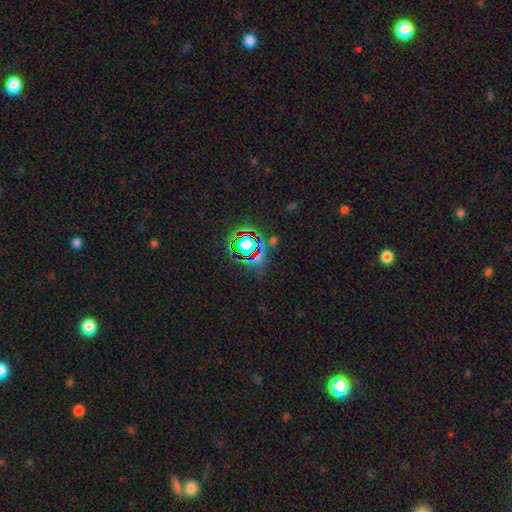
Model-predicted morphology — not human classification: The model was most divided on "smooth or featured": star or artifact: 73%, smooth: 16%, featured or disk: 11%.